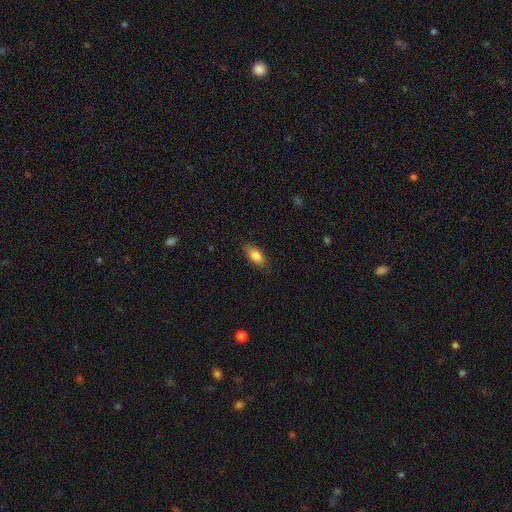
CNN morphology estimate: A smooth galaxy with no disk features (82%) that is in between round and cigar-shaped (86%).

Vote fractions:
- Smooth or featured? smooth: 82% / featured or disk: 10% / star or artifact: 7%
- How rounded? in between: 86% / cigar-shaped: 10% / round: 5%
- Merging? none: 83% / minor disturbance: 14% / major disturbance: 3% / merger: 1%